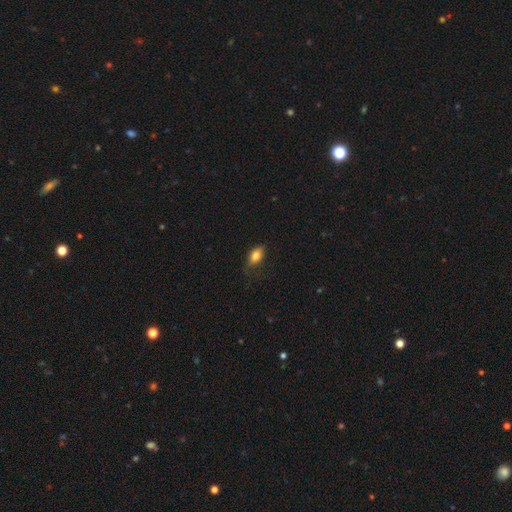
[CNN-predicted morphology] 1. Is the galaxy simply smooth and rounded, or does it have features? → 79% smooth, 12% featured or disk, 8% star or artifact.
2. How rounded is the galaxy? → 85% in between, 8% round, 8% cigar-shaped.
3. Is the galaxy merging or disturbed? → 69% none, 24% minor disturbance, 6% major disturbance, 1% merger.